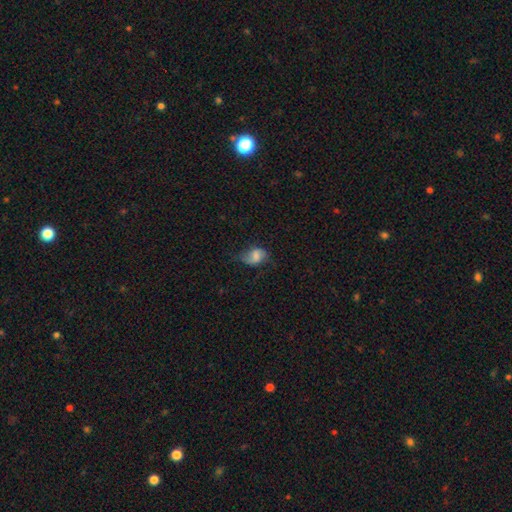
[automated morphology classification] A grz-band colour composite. It shows a smooth galaxy with no disk features (59%) that is in between round and cigar-shaped (74%). Merging: none (49%).